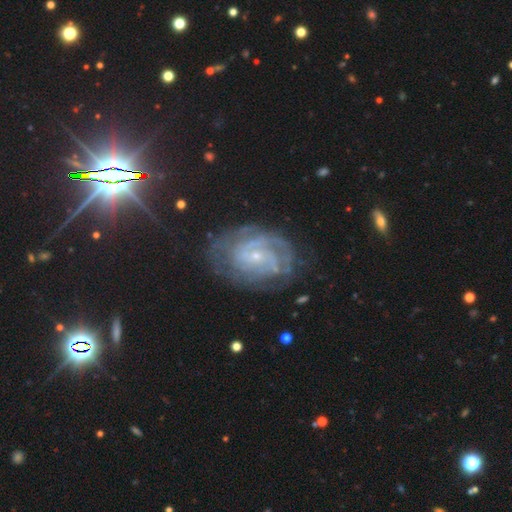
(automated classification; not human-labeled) Q: Smooth or featured?
A: featured or disk (81%); runner-up: smooth (11%)
Q: Edge-on disk?
A: no (97%); runner-up: yes (3%)
Q: Bar?
A: no (59%); runner-up: weak (33%)
Q: Spiral arms?
A: yes (90%); runner-up: no (10%)
Q: Spiral winding?
A: tight (62%); runner-up: medium (29%)
Q: Spiral arm count?
A: can't tell (44%); runner-up: 2 (23%)
Q: Bulge size?
A: small (81%); runner-up: moderate (14%)
Q: Merging?
A: none (66%); runner-up: minor disturbance (21%)